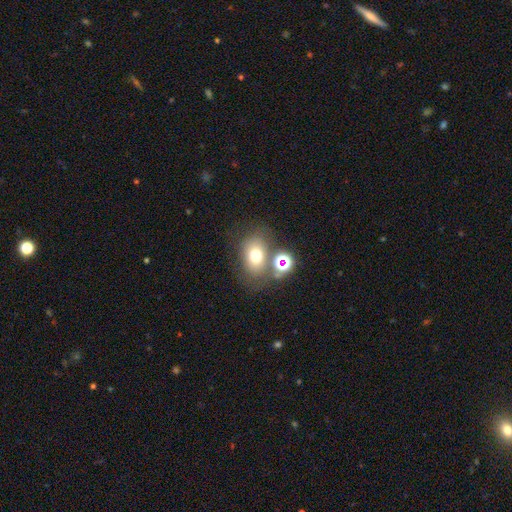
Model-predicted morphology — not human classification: This appears to be a smooth galaxy with no disk features (69%) that is in between round and cigar-shaped (64%). Merging: none (64%).